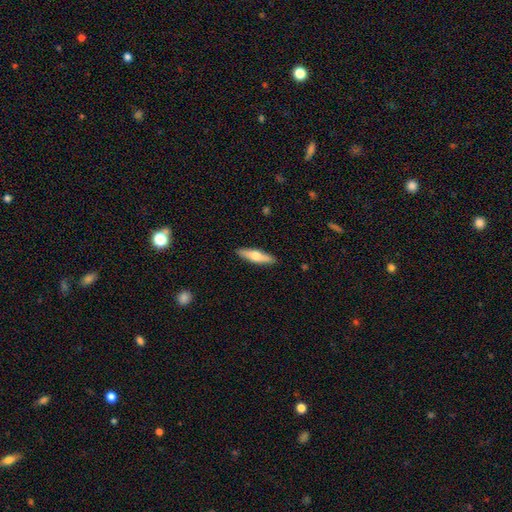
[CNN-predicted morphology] A smooth galaxy with no disk features (57%) that is cigar-shaped (69%). Merging: none (90%).